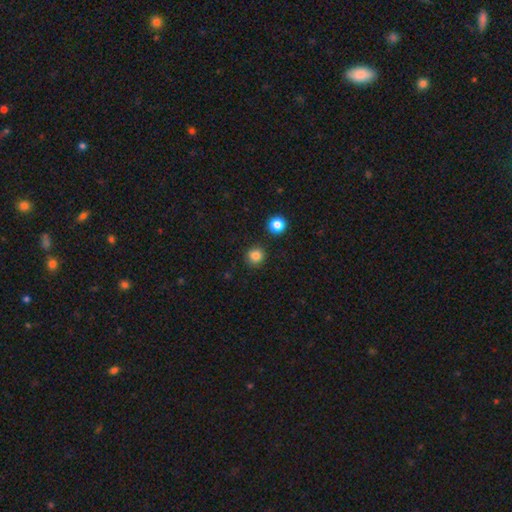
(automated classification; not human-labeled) smooth_or_featured: smooth (p=0.84) [alt: star or artifact p=0.12]
how_rounded: round (p=0.93) [alt: in between p=0.06]
merging: none (p=0.90) [alt: minor disturbance p=0.06]